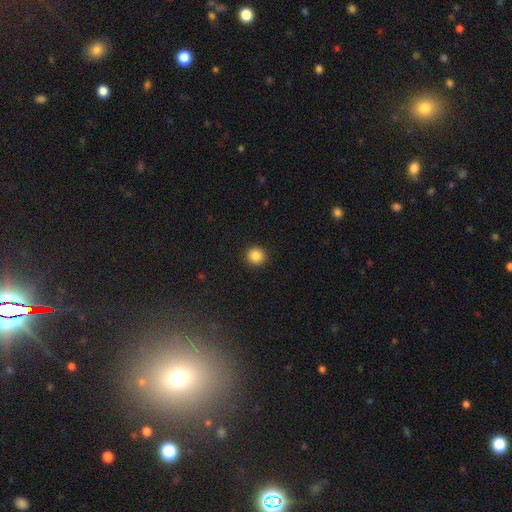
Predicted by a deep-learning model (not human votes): Morphology: type=smooth (86%); roundness=round (92%); merging=none (93%).